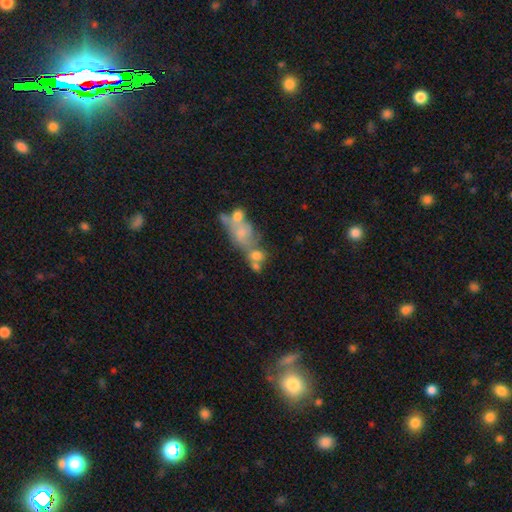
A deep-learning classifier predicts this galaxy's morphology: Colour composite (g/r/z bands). It shows a smooth galaxy with no disk features (38%). Merging: none (47%).